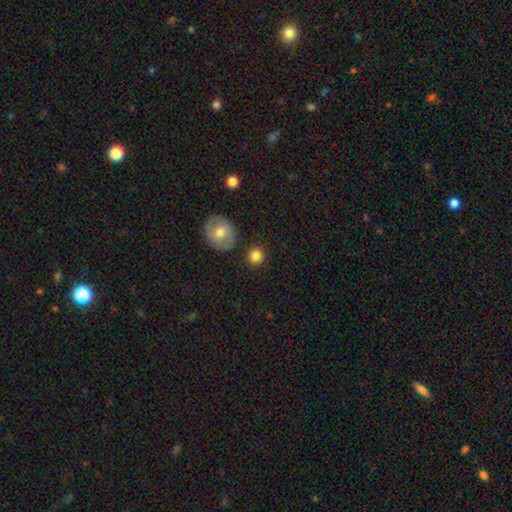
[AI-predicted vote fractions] Smooth or featured?
  - smooth: 86% *
  - star or artifact: 9%
  - featured or disk: 6%
How rounded?
  - round: 89% *
  - in between: 10%
  - cigar-shaped: 1%
Merging?
  - none: 86% *
  - minor disturbance: 8%
  - merger: 4%
  - major disturbance: 2%